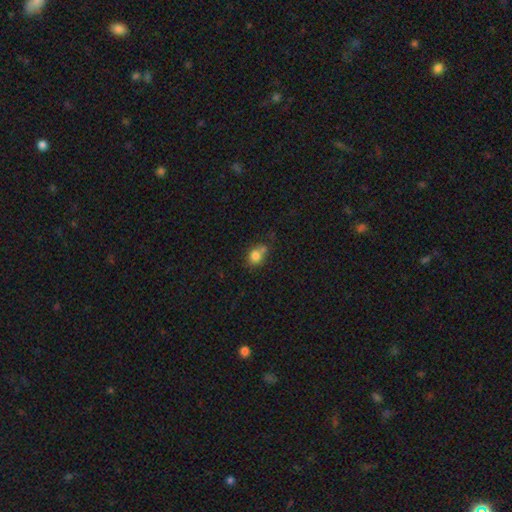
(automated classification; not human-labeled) Smooth or featured: smooth — 80% (star or artifact — 11%)
How rounded: round — 65% (in between — 34%)
Merging: none — 49% (merger — 29%)